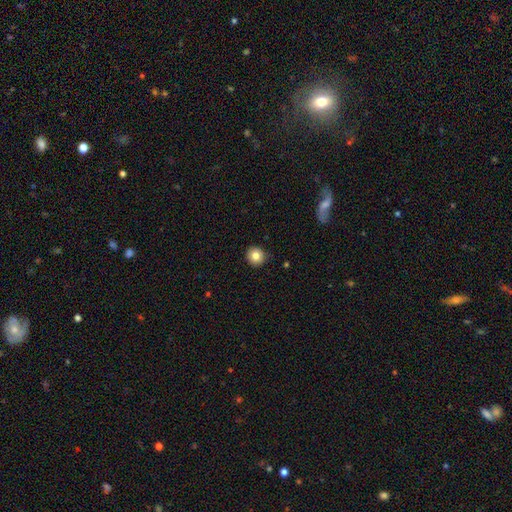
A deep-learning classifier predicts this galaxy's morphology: Smooth or featured? smooth (83%)
How rounded? round (92%)
Merging? none (91%)